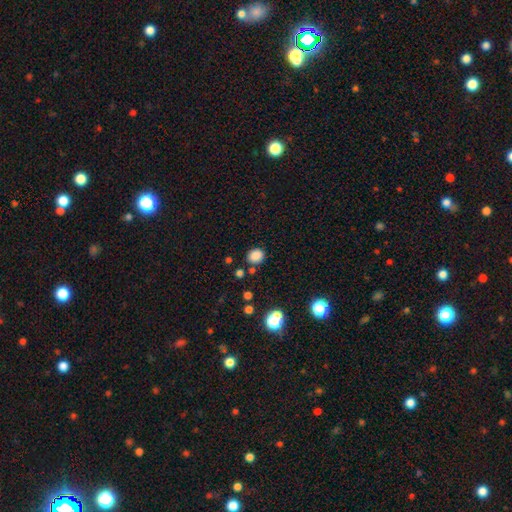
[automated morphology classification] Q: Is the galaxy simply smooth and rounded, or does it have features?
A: smooth — 83%.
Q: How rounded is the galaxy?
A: round — 67%.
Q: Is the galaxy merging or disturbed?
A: none — 80%.